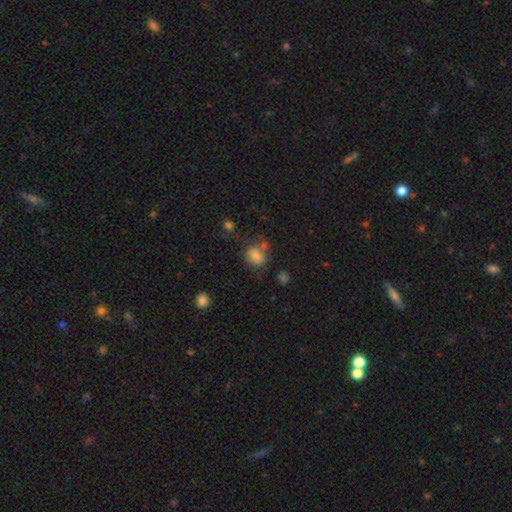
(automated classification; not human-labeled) Smooth or featured: smooth — 76% (star or artifact — 13%)
How rounded: round — 50% (in between — 48%)
Merging: none — 54% (minor disturbance — 22%)